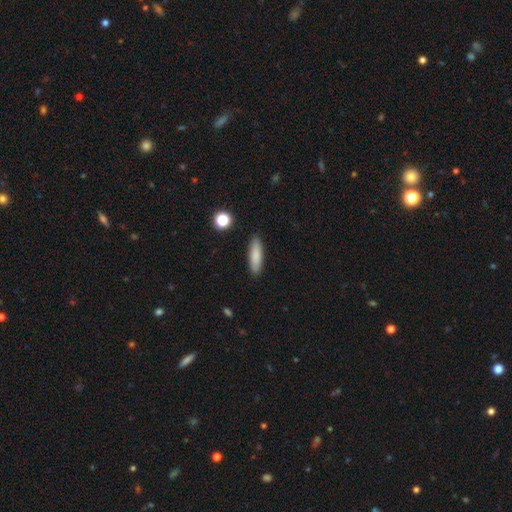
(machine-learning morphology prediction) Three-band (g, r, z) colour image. It shows a smooth galaxy with no disk features (84%) that is cigar-shaped (58%). Merging: none (89%).